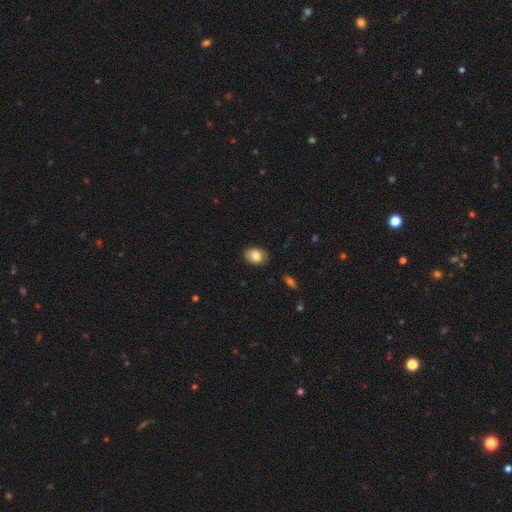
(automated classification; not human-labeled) Smooth or featured? smooth (82%)
How rounded? in between (74%)
Merging? none (86%)